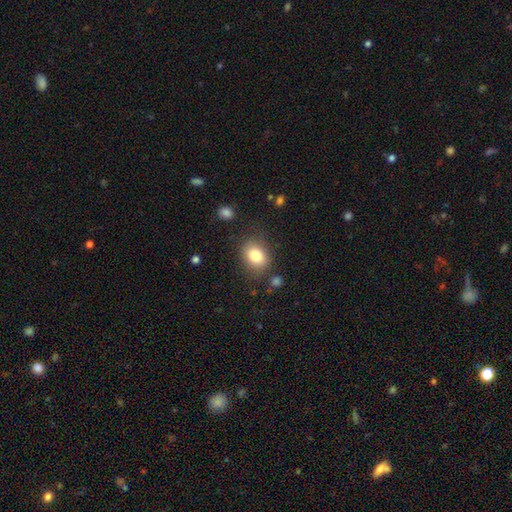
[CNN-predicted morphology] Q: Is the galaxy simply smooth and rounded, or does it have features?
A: smooth — 82%.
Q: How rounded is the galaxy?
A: in between — 57%.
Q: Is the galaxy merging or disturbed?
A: none — 78%.